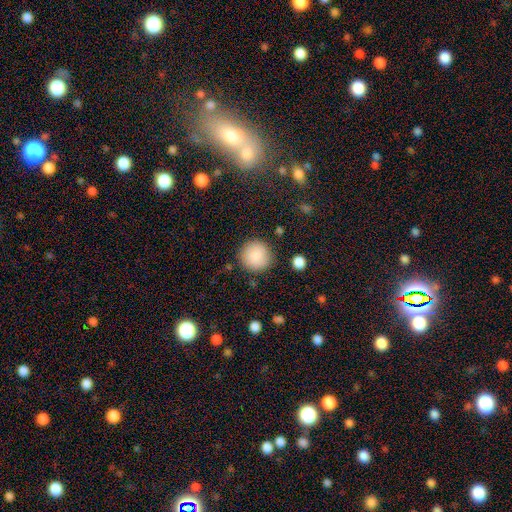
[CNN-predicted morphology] This is clearly a smooth galaxy (87%). How rounded: clearly round (95%). Merging: clearly none (87%).